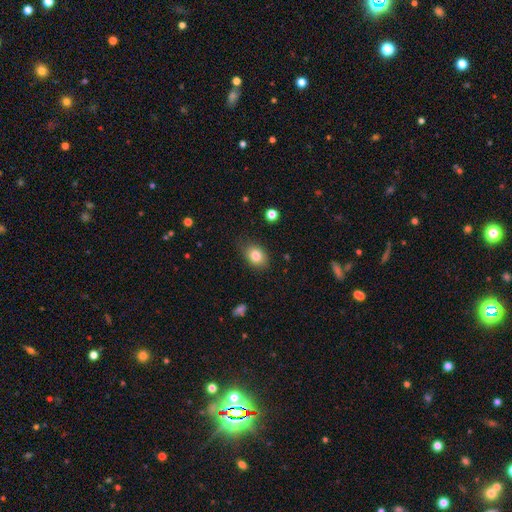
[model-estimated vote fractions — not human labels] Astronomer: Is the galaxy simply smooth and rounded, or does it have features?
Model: smooth — 82%.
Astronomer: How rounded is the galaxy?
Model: in between — 70%.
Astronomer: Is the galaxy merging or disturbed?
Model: none — 76%.